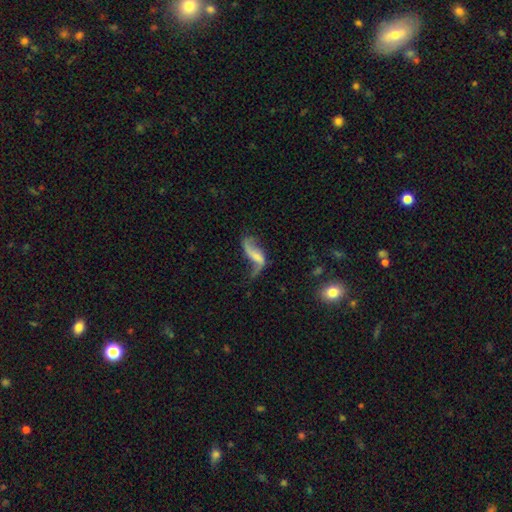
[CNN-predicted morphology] Overall: featured or disk (72%). Edge-on disk: no (93%). Bar: weak (39%; no 38%). Spiral arms: yes (85%). Spiral arm count: 2 (84%). Spiral winding: loose (91%). Bulge size: none (50%; small 27%). Merging: none (42%; major disturbance 30%).